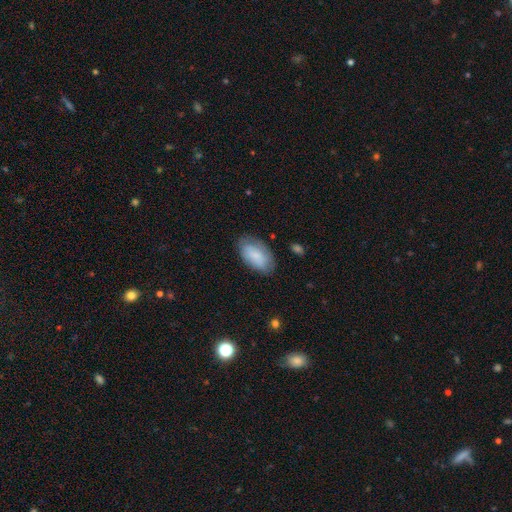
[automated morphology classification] Smooth or featured: smooth — 79% (featured or disk — 15%)
How rounded: in between — 95% (round — 3%)
Merging: none — 73% (minor disturbance — 21%)